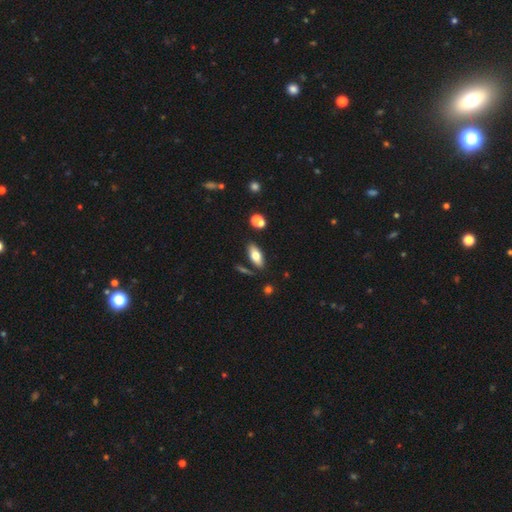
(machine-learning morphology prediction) Smooth or featured?
  - smooth: 70% *
  - featured or disk: 23%
  - star or artifact: 7%
How rounded?
  - in between: 80% *
  - cigar-shaped: 17%
  - round: 3%
Merging?
  - none: 82% *
  - minor disturbance: 10%
  - merger: 5%
  - major disturbance: 3%